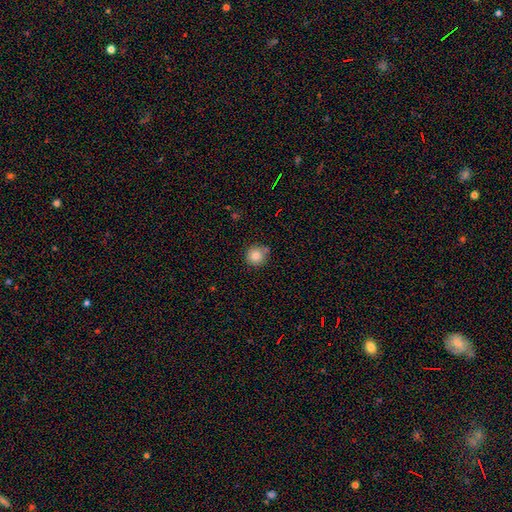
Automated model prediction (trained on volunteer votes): The model was most divided on "merging": none: 74%, minor disturbance: 14%, merger: 8%, major disturbance: 3%. More confident: how rounded — round (94%); smooth or featured — smooth (85%).